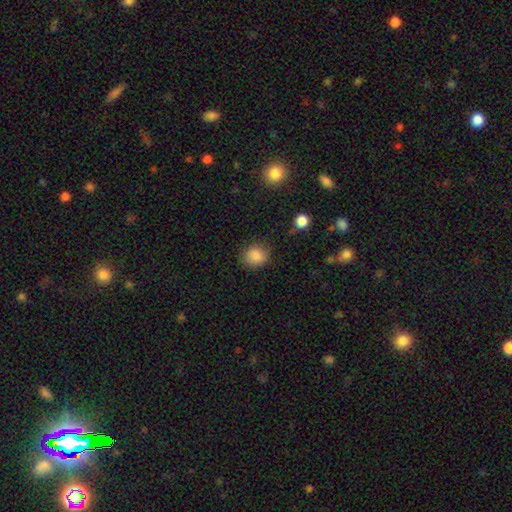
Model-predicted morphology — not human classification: Q: Smooth or featured?
A: smooth (86%); runner-up: star or artifact (10%)
Q: How rounded?
A: round (73%); runner-up: in between (26%)
Q: Merging?
A: none (78%); runner-up: minor disturbance (16%)